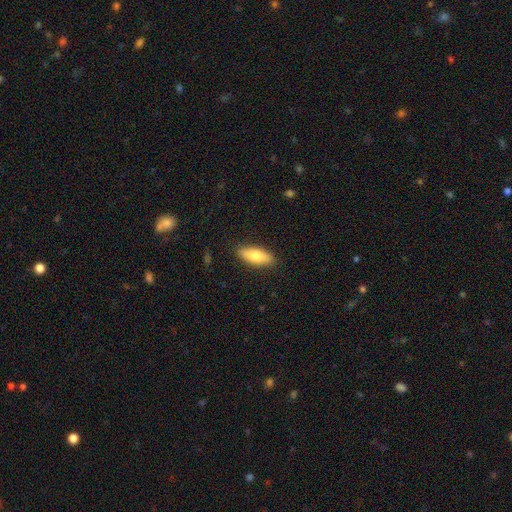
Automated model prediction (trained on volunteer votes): The model was most divided on "how rounded": in between: 71%, cigar-shaped: 27%, round: 2%. More confident: merging — none (87%); smooth or featured — smooth (77%).